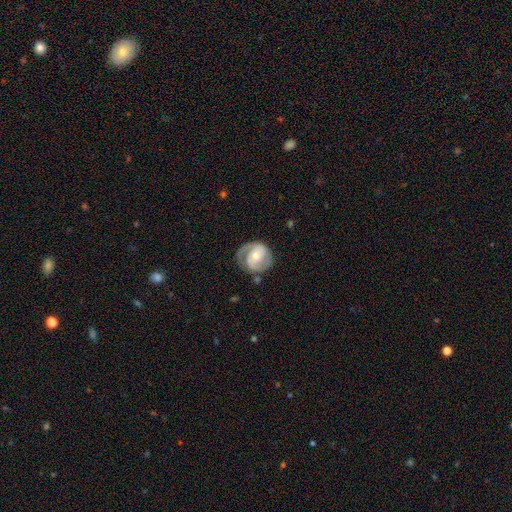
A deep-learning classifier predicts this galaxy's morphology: Q: Smooth or featured?
A: featured or disk (79%); runner-up: smooth (16%)
Q: Edge-on disk?
A: no (98%); runner-up: yes (2%)
Q: Bar?
A: no (54%); runner-up: weak (34%)
Q: Spiral arms?
A: yes (91%); runner-up: no (9%)
Q: Spiral winding?
A: tight (48%); runner-up: medium (39%)
Q: Spiral arm count?
A: 2 (71%); runner-up: 1 (15%)
Q: Bulge size?
A: moderate (59%); runner-up: small (36%)
Q: Merging?
A: none (67%); runner-up: minor disturbance (20%)